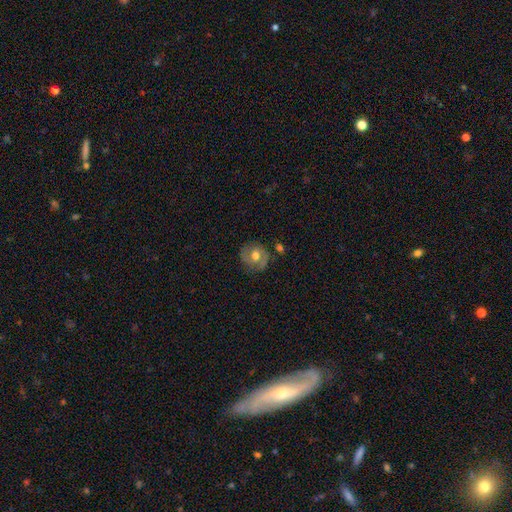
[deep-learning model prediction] Overall: smooth (47%; featured or disk 45%). Merging: none (74%).